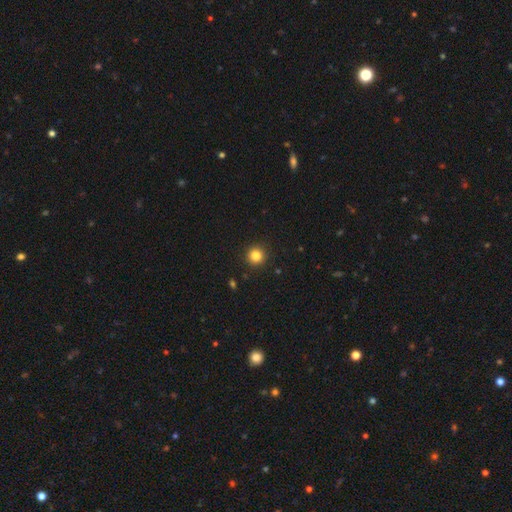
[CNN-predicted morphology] Smooth or featured?
  - smooth: 84% *
  - star or artifact: 12%
  - featured or disk: 4%
How rounded?
  - round: 95% *
  - in between: 4%
  - cigar-shaped: 1%
Merging?
  - none: 92% *
  - minor disturbance: 5%
  - major disturbance: 2%
  - merger: 1%